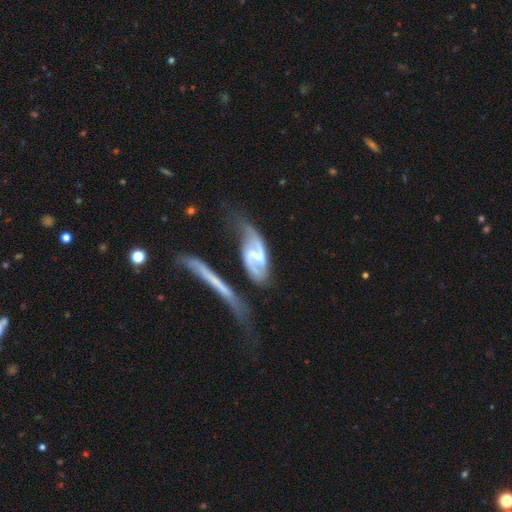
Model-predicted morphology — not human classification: type=featured or disk (82%); edge-on=no (92%); bar=weak (45%); spiral arms=yes (90%); winding=loose (57%); arm count=2 (87%); bulge=small (37%); merging=none (46%).